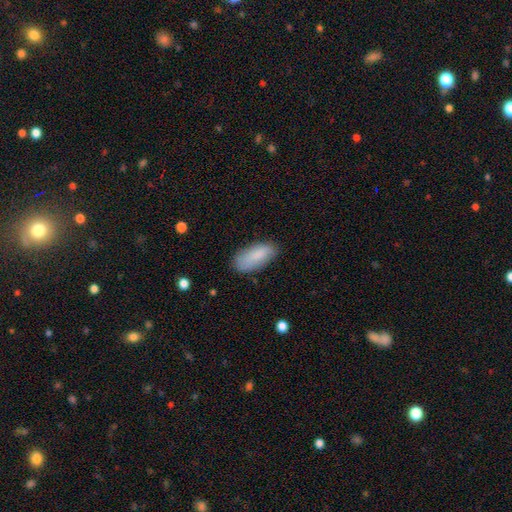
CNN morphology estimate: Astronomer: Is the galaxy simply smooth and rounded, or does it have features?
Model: smooth — 85%.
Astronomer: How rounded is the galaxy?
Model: in between — 85%.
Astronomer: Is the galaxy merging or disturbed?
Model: none — 77%.